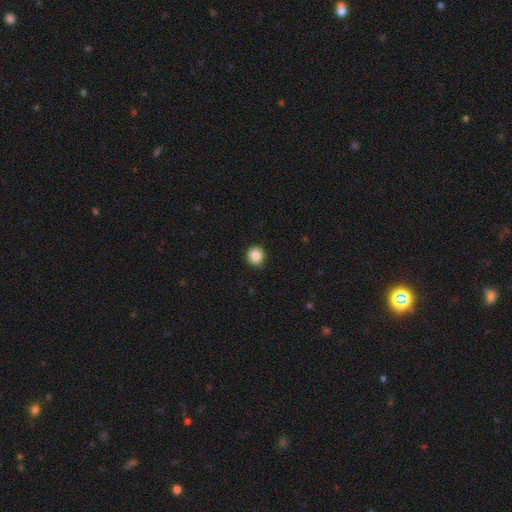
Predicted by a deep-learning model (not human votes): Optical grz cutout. It shows a smooth galaxy with no disk features (85%) that is round (92%). Merging: none (88%).